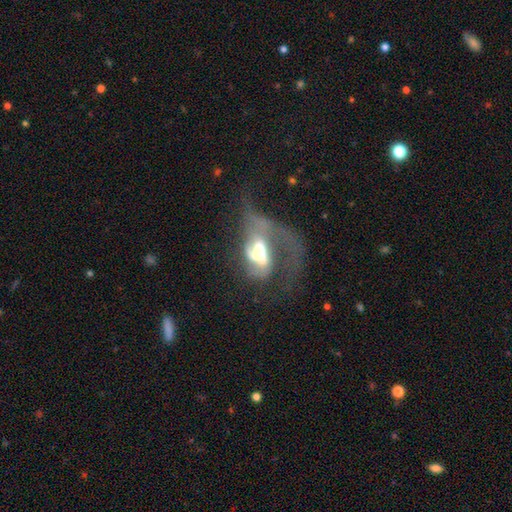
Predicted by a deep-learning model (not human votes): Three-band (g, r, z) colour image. It shows a featured or disk galaxy (64%) with no bar (43%), spiral arms (62%) and a moderate central bulge (44%). Merging: major disturbance (58%).